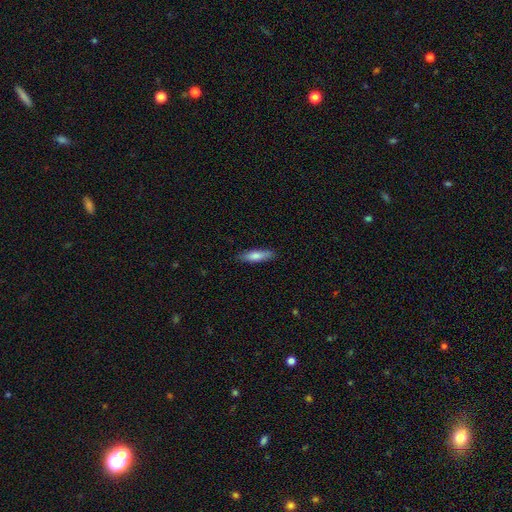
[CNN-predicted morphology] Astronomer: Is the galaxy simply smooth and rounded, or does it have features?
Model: smooth — 74%.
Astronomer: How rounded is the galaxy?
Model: cigar-shaped — 72%.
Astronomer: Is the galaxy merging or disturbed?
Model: none — 87%.